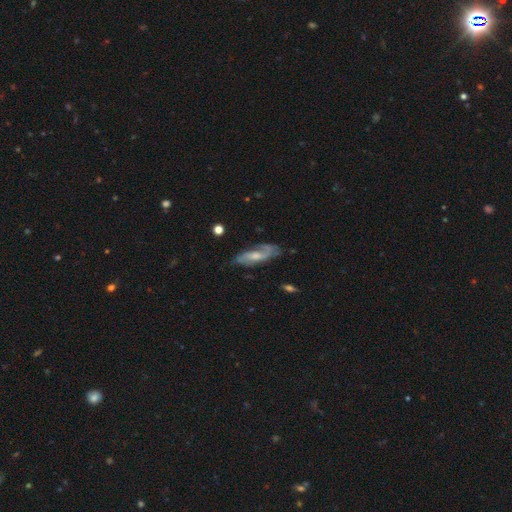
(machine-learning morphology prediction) Smooth or featured: featured or disk — 71% (smooth — 23%)
Edge-on disk: no — 85% (yes — 15%)
Bar: no — 47% (weak — 41%)
Spiral arms: yes — 89% (no — 11%)
Spiral winding: medium — 45% (tight — 28%)
Spiral arm count: 2 — 65% (can't tell — 17%)
Bulge size: moderate — 46% (small — 38%)
Merging: none — 60% (minor disturbance — 25%)